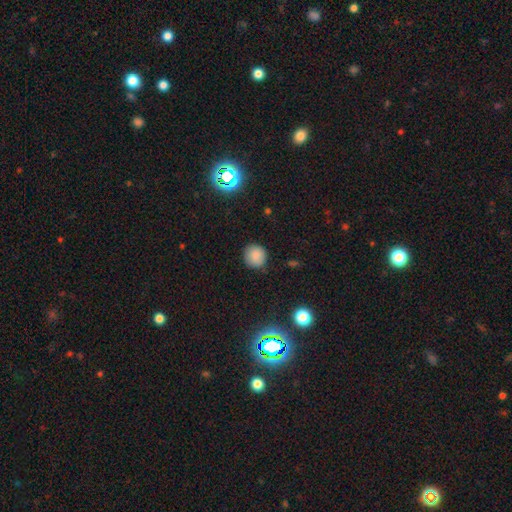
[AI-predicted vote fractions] This appears to be a smooth galaxy with no disk features (83%) that is round (91%). Merging: none (86%).